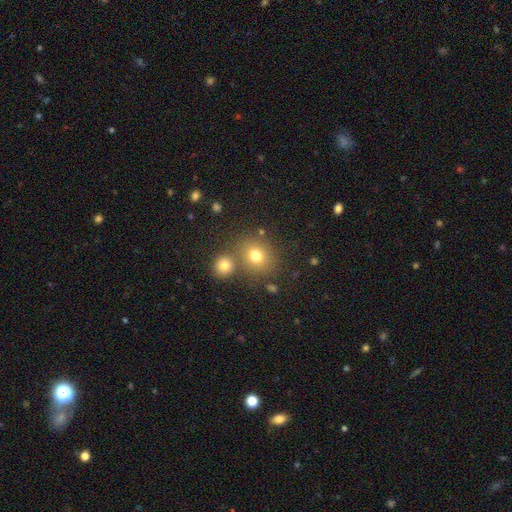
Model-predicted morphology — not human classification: Smooth or featured: smooth — 74% (star or artifact — 16%)
How rounded: round — 79% (in between — 20%)
Merging: none — 68% (merger — 19%)